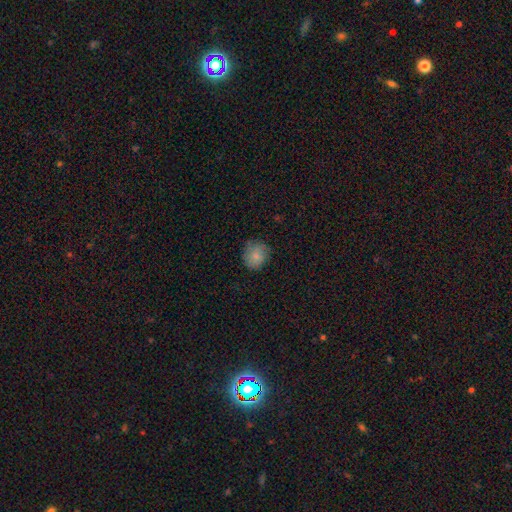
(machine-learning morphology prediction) This appears to be a smooth galaxy with no disk features (81%) that is round (76%). Merging: none (71%).